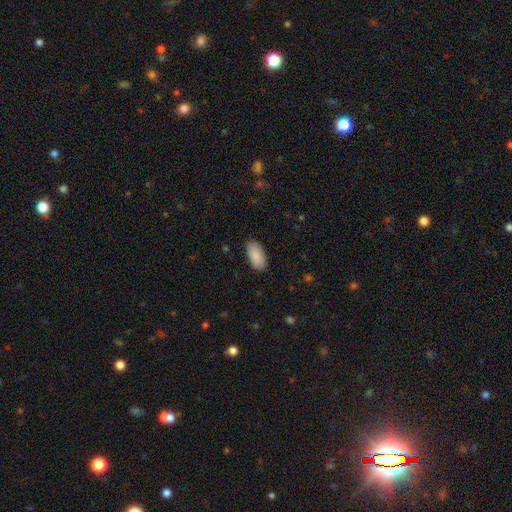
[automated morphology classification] This is clearly a smooth galaxy (91%). How rounded: clearly in between (94%). Merging: clearly none (87%).